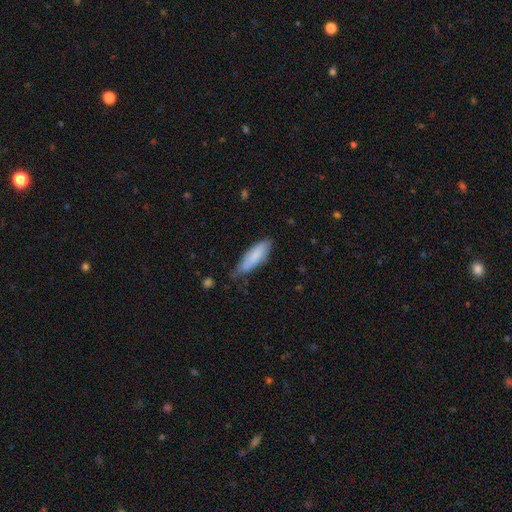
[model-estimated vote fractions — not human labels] smooth-or-featured: smooth: 81% | featured or disk: 13% | star or artifact: 6%
  how-rounded: in between: 53% | cigar-shaped: 45% | round: 2%
  merging: none: 60% | minor disturbance: 32% | major disturbance: 6% | merger: 2%